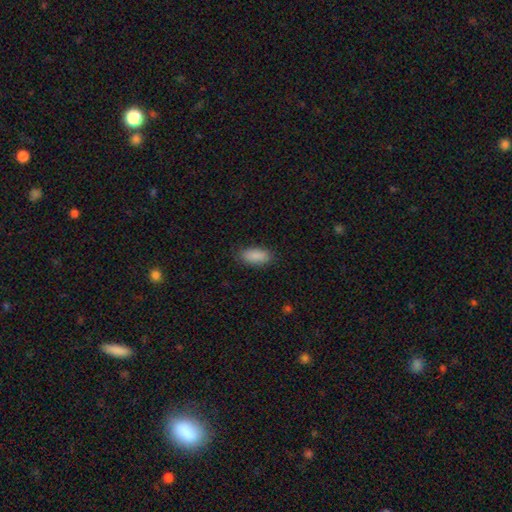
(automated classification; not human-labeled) Smooth or featured: smooth — 89% (star or artifact — 7%)
How rounded: in between — 87% (cigar-shaped — 11%)
Merging: none — 87% (minor disturbance — 10%)